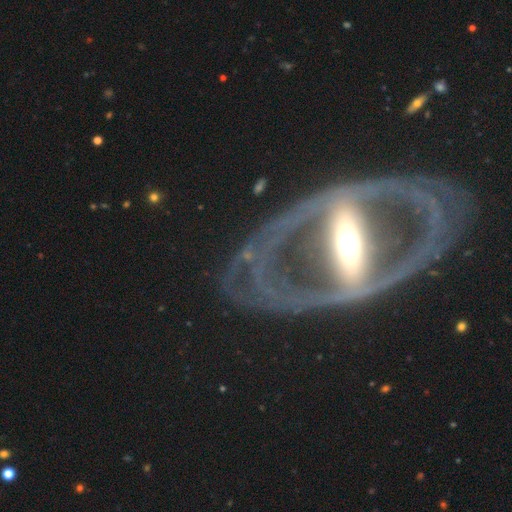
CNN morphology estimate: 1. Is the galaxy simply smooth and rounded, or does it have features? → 87% featured or disk, 7% smooth, 6% star or artifact.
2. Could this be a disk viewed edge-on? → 78% no, 22% yes.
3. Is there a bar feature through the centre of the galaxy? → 78% strong, 13% weak, 9% no.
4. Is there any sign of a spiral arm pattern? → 56% yes, 44% no.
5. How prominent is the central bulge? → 54% moderate, 25% large, 15% small, 4% dominant, 2% none.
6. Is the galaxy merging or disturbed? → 67% none, 18% major disturbance, 12% minor disturbance, 3% merger.